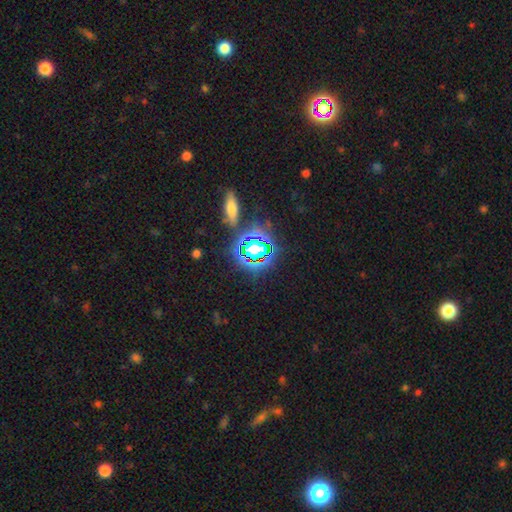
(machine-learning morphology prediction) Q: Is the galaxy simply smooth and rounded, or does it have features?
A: star or artifact — 68%.